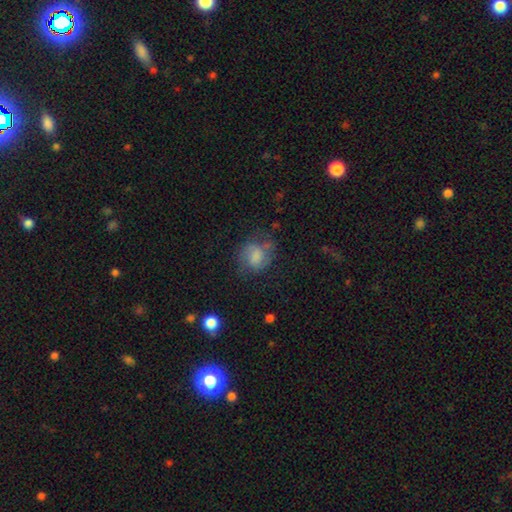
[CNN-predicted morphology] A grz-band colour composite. It shows a smooth galaxy with no disk features (58%) that is round (64%). Merging: none (48%).